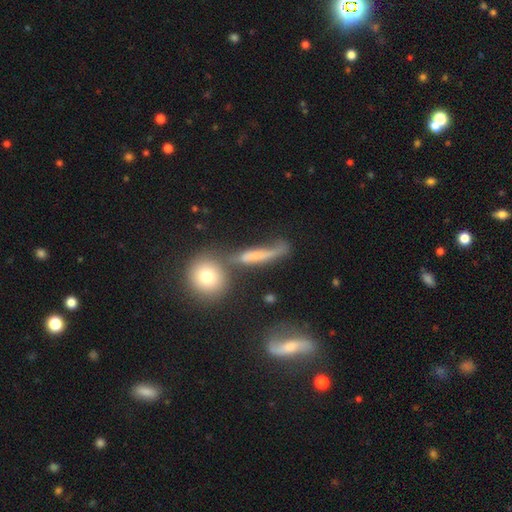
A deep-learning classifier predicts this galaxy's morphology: Smooth or featured? Predicted: featured or disk (p=0.51). Edge-on disk? Predicted: no (p=0.55). Merging? Predicted: none (p=0.40).